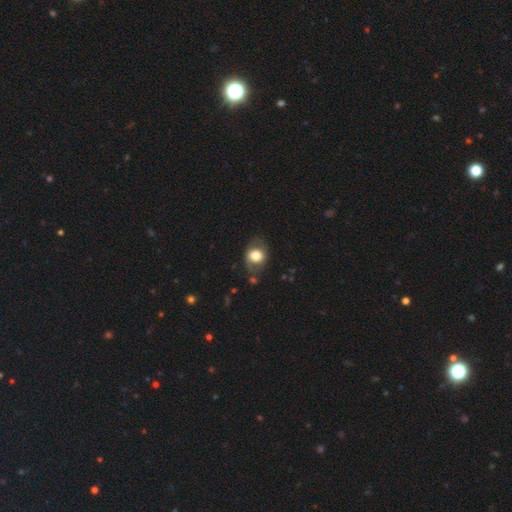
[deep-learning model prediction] Smooth or featured?
  - smooth: 63% *
  - featured or disk: 29%
  - star or artifact: 8%
How rounded?
  - round: 52% *
  - in between: 47%
  - cigar-shaped: 1%
Merging?
  - none: 64% *
  - minor disturbance: 22%
  - major disturbance: 11%
  - merger: 3%